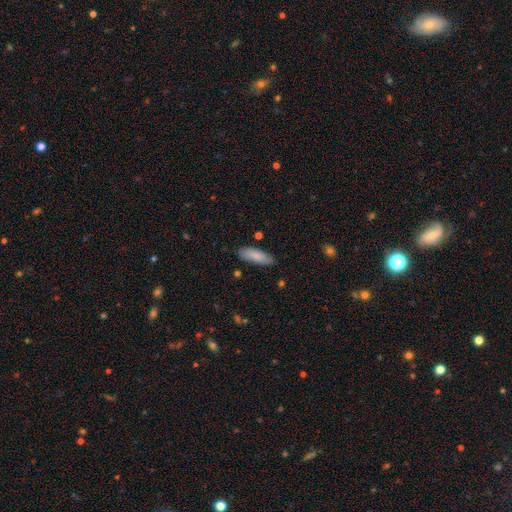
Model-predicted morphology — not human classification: A smooth galaxy with no disk features (83%) that is in between round and cigar-shaped (59%).

Vote fractions:
- Smooth or featured? smooth: 83% / featured or disk: 12% / star or artifact: 6%
- How rounded? in between: 59% / cigar-shaped: 40% / round: 2%
- Merging? none: 83% / minor disturbance: 13% / major disturbance: 2% / merger: 2%